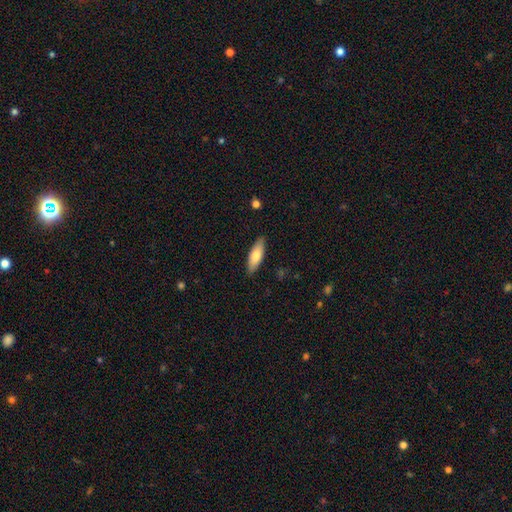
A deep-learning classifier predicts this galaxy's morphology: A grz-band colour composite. It shows a smooth galaxy with no disk features (72%) that is in between round and cigar-shaped (56%). Merging: none (88%).